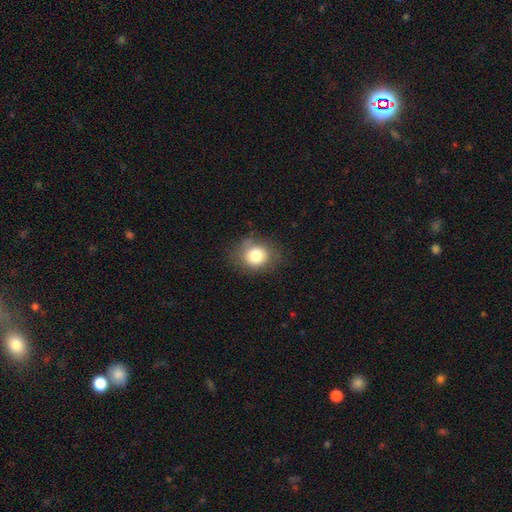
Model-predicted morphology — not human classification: Smooth or featured? smooth (80%)
How rounded? round (70%)
Merging? none (78%)